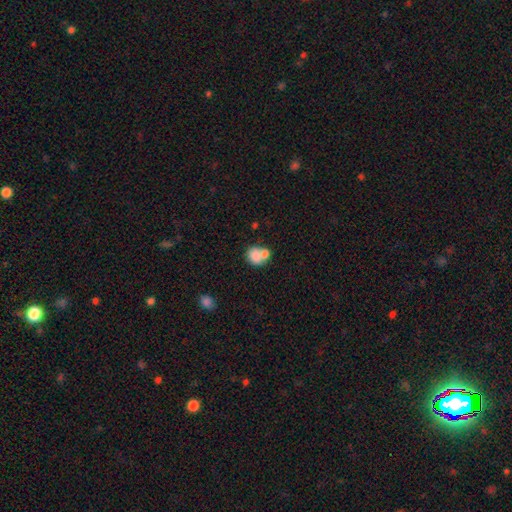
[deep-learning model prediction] Morphology: type=smooth (77%); roundness=round (59%); merging=merger (54%).